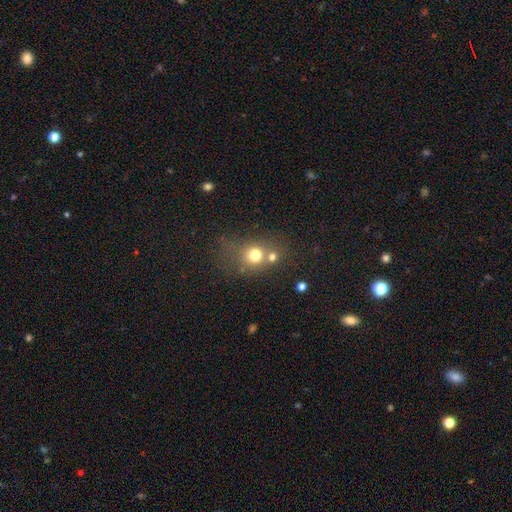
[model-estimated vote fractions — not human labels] smooth_or_featured: smooth (p=0.70) [alt: star or artifact p=0.15]
how_rounded: round (p=0.68) [alt: in between p=0.31]
merging: none (p=0.46) [alt: merger p=0.34]